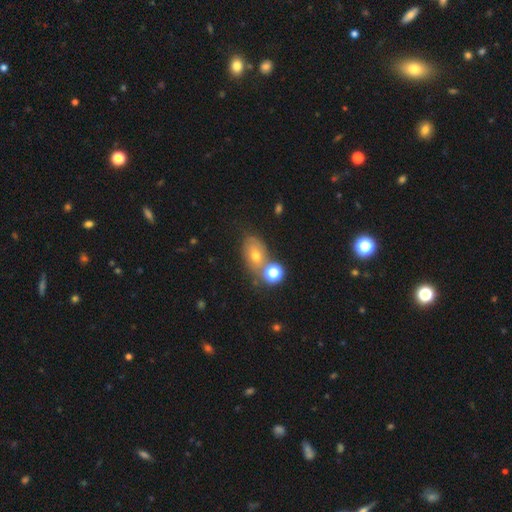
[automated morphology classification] Q: Smooth or featured?
A: smooth (55%); runner-up: featured or disk (27%)
Q: How rounded?
A: in between (73%); runner-up: round (25%)
Q: Merging?
A: none (52%); runner-up: merger (24%)